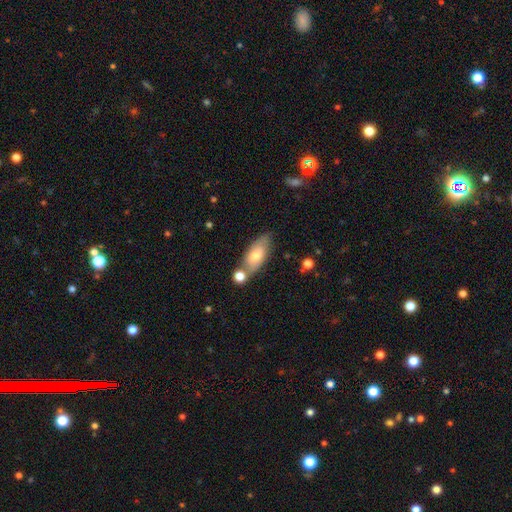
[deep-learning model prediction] smooth-or-featured: smooth: 66% | featured or disk: 28% | star or artifact: 7%
  how-rounded: in between: 78% | cigar-shaped: 18% | round: 3%
  merging: none: 61% | merger: 19% | minor disturbance: 16% | major disturbance: 4%